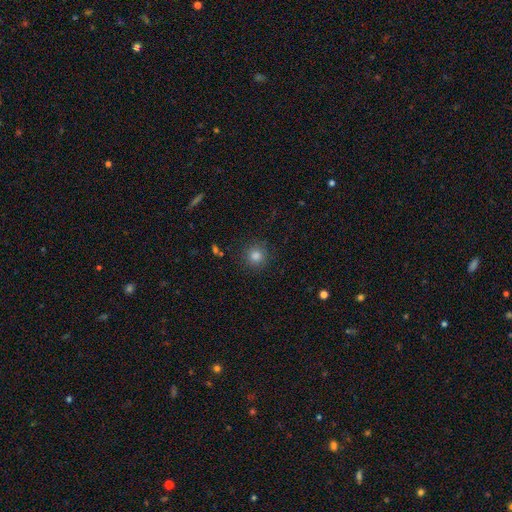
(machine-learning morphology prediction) Q: Smooth or featured?
A: smooth (82%); runner-up: star or artifact (13%)
Q: How rounded?
A: round (94%); runner-up: in between (5%)
Q: Merging?
A: none (88%); runner-up: minor disturbance (8%)